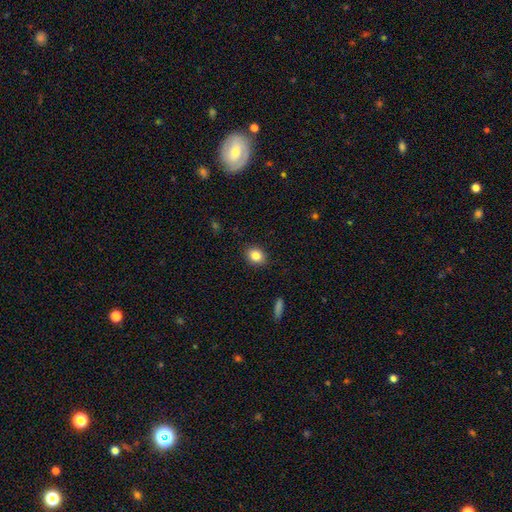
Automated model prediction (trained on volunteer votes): smooth_or_featured: smooth (p=0.83) [alt: star or artifact p=0.10]
how_rounded: round (p=0.55) [alt: in between p=0.44]
merging: none (p=0.88) [alt: minor disturbance p=0.09]